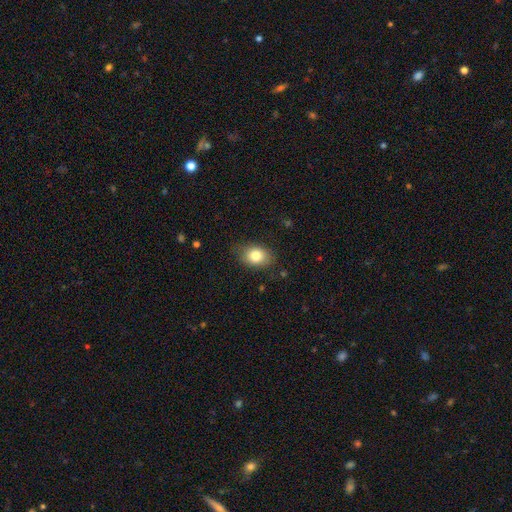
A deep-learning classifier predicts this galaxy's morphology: A smooth galaxy with no disk features (81%) that is in between round and cigar-shaped (73%).

Vote fractions:
- Smooth or featured? smooth: 81% / featured or disk: 10% / star or artifact: 9%
- How rounded? in between: 73% / round: 26% / cigar-shaped: 1%
- Merging? none: 78% / minor disturbance: 17% / major disturbance: 4% / merger: 1%